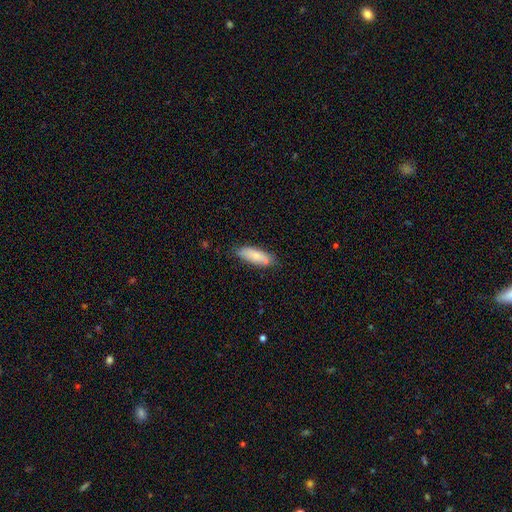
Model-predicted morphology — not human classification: Smooth or featured: smooth — 80% (featured or disk — 14%)
How rounded: in between — 70% (cigar-shaped — 28%)
Merging: none — 75% (minor disturbance — 19%)